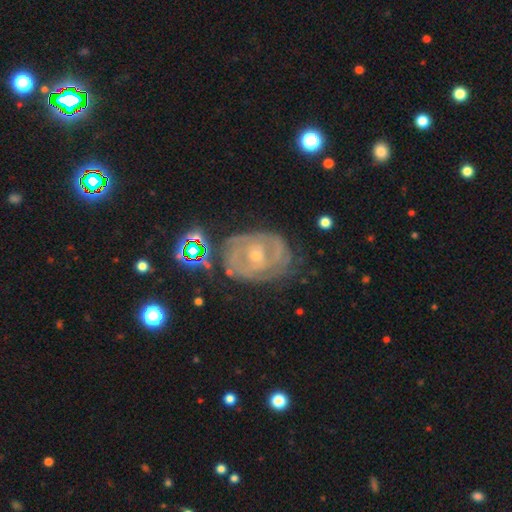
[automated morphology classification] smooth-or-featured: featured or disk: 83% | smooth: 9% | star or artifact: 8%
  disk-edge-on: no: 97% | yes: 3%
    bar: no: 61% | weak: 30% | strong: 9%
    has-spiral-arms: yes: 88% | no: 12%
      spiral-winding: tight: 67% | medium: 26% | loose: 7%
      spiral-arm-count: can't tell: 38% | 2: 33% | 3: 14% | 4: 6% | 1: 5% | more than 4: 4%
    bulge-size: small: 62% | moderate: 34% | none: 2% | large: 1% | dominant: 1%
  merging: none: 63% | minor disturbance: 22% | major disturbance: 11% | merger: 4%